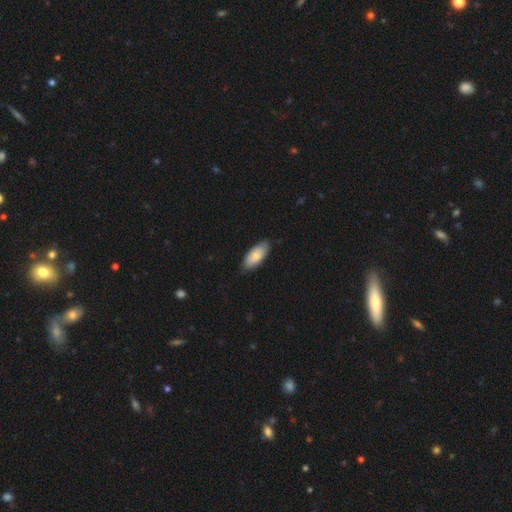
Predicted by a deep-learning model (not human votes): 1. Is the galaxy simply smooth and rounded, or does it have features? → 78% smooth, 16% featured or disk, 5% star or artifact.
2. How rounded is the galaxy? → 89% in between, 9% cigar-shaped, 2% round.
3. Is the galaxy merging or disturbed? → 82% none, 15% minor disturbance, 2% major disturbance, 1% merger.